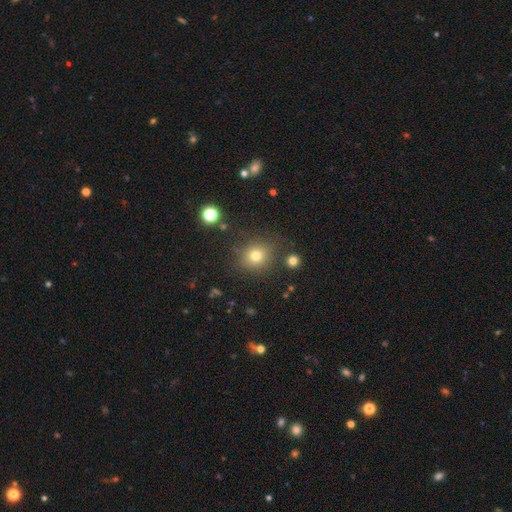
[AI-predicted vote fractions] A smooth galaxy with no disk features (74%) that is round (84%).

Vote fractions:
- Smooth or featured? smooth: 74% / star or artifact: 17% / featured or disk: 9%
- How rounded? round: 84% / in between: 15% / cigar-shaped: 1%
- Merging? none: 82% / minor disturbance: 10% / major disturbance: 4% / merger: 4%